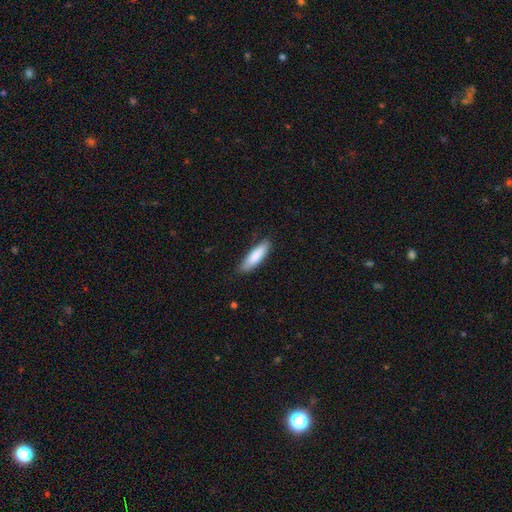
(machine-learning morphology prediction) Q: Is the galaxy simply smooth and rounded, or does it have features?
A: smooth — 85%.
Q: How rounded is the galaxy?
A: cigar-shaped — 60%.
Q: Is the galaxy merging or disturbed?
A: none — 84%.